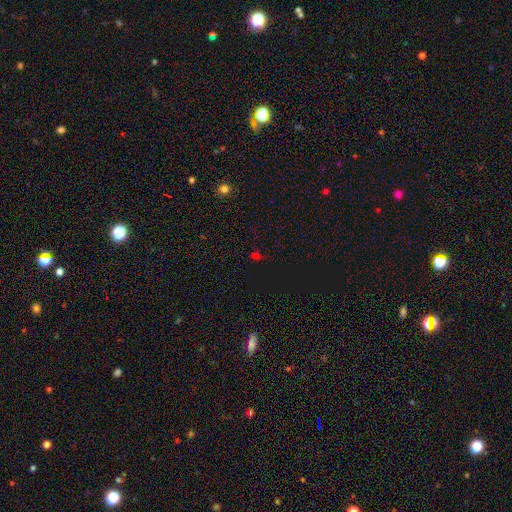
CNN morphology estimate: A star or artifact, not a galaxy (58%).